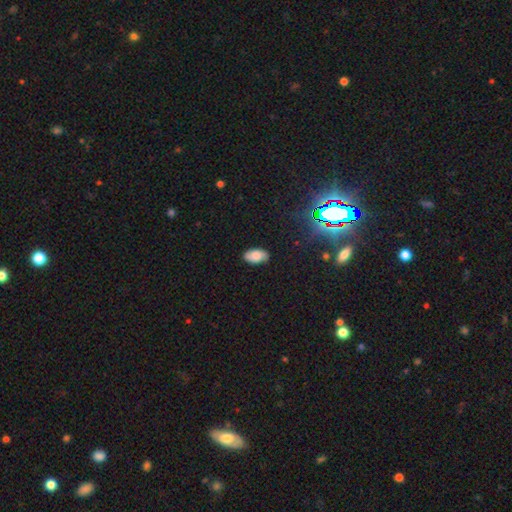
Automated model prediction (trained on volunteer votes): This appears to be a smooth galaxy with no disk features (76%) that is in between round and cigar-shaped (94%). Merging: none (84%).